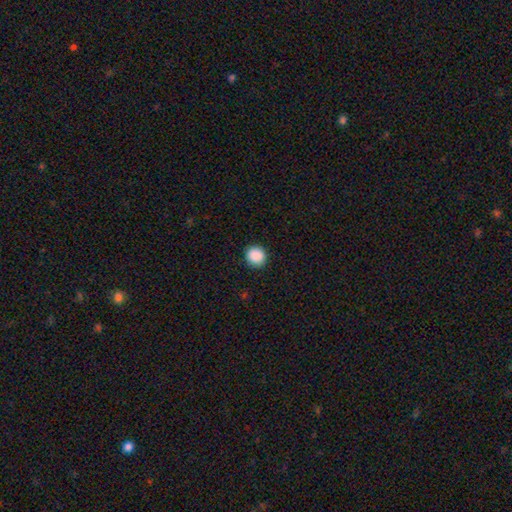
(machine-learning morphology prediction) A smooth galaxy with no disk features (89%) that is round (90%). Merging: none (92%).